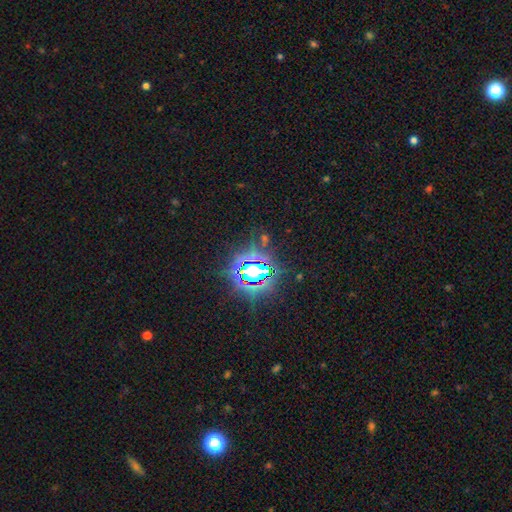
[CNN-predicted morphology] Smooth or featured?
  - star or artifact: 83% *
  - smooth: 11%
  - featured or disk: 6%